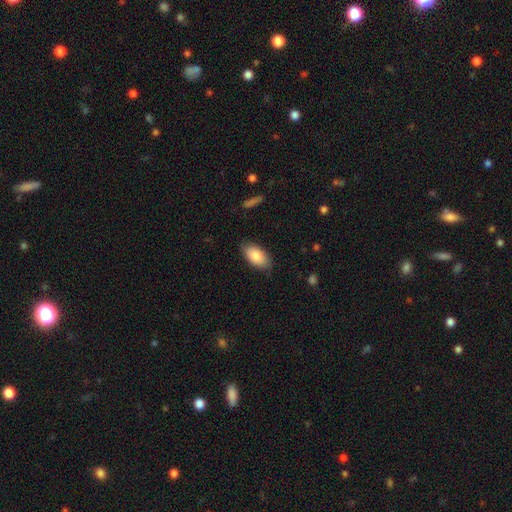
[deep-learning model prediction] smooth 84%, featured or disk 10%, star or artifact 6%. Down the decision tree: how rounded — in between (94%); merging — none (82%).